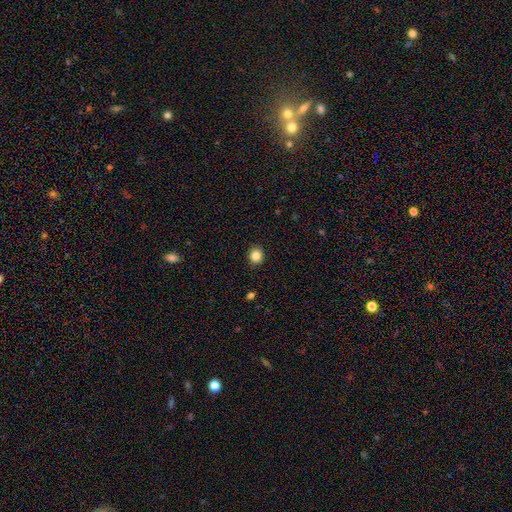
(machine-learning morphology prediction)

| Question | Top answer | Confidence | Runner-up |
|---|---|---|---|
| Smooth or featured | smooth | 86% | star or artifact (10%) |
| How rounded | round | 83% | in between (16%) |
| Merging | none | 92% | minor disturbance (6%) |